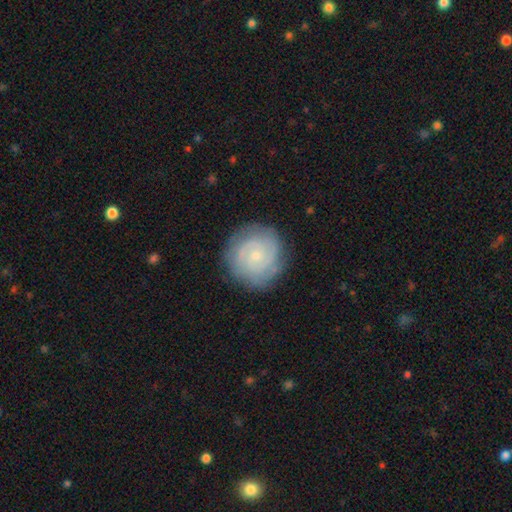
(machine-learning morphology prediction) Smooth or featured? Predicted: featured or disk (p=0.77). Edge-on disk? Predicted: no (p=0.98). Bar? Predicted: no (p=0.75). Spiral arms? Predicted: yes (p=0.95). Spiral winding? Predicted: tight (p=0.76). Spiral arm count? Predicted: 2 (p=0.37). Bulge size? Predicted: small (p=0.79). Merging? Predicted: none (p=0.84).